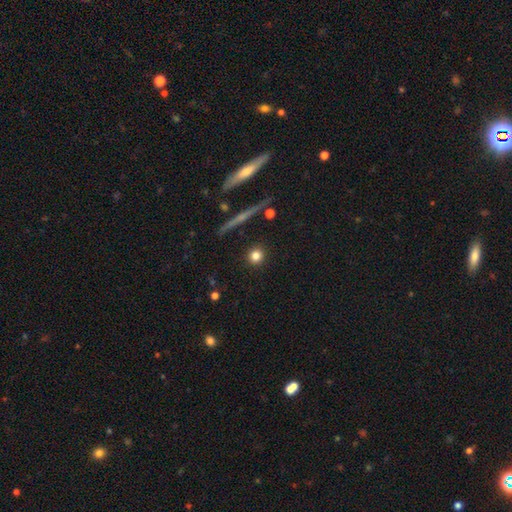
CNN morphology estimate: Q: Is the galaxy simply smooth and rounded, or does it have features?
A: smooth — 80%.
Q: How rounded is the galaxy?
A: round — 92%.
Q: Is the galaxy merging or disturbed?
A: none — 90%.